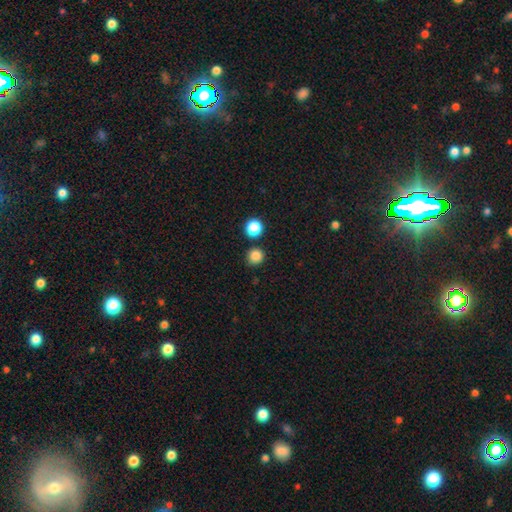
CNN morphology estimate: smooth_or_featured: smooth (p=0.84) [alt: star or artifact p=0.13]
how_rounded: round (p=0.92) [alt: in between p=0.07]
merging: none (p=0.85) [alt: minor disturbance p=0.08]